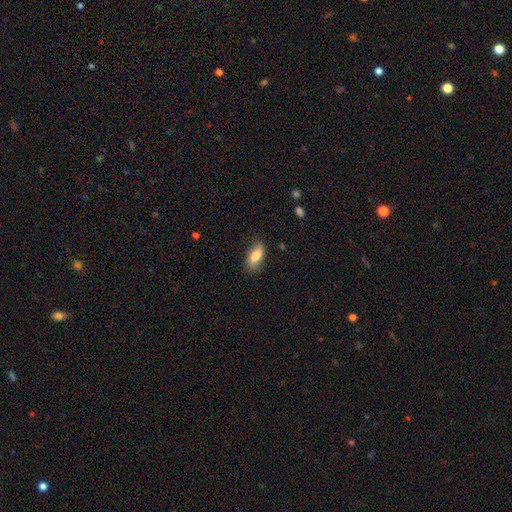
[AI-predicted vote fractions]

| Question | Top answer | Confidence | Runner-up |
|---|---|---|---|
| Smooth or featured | smooth | 71% | featured or disk (22%) |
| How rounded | in between | 86% | cigar-shaped (10%) |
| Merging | none | 75% | minor disturbance (19%) |